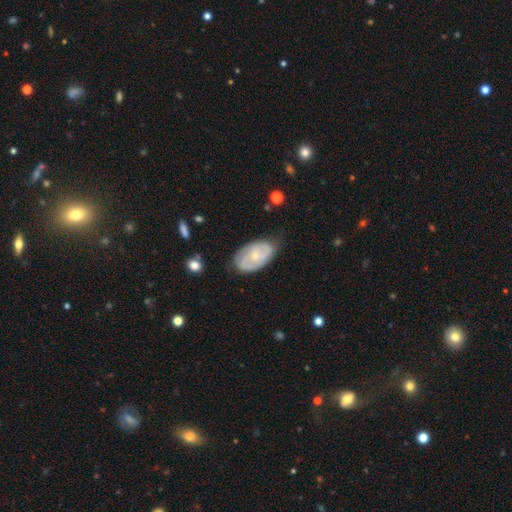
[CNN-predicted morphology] A featured or disk galaxy (64%) with no bar (76%), spiral arms (71%) and a small central bulge (65%). Merging: none (67%).